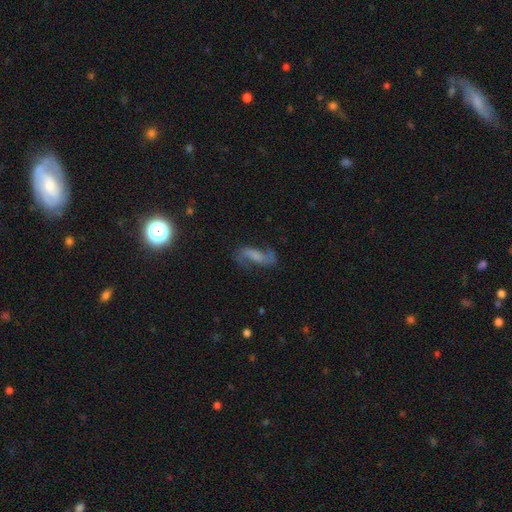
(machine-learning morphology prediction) This is likely a featured or disk galaxy (70%). It is clearly not viewed edge-on (92%). Bar: marginally weak (40%). Spiral arm pattern: clearly yes (92%). Spiral arm count: clearly 2 (90%). Spiral winding: likely loose (66%). Central bulge: marginally none (35%). Merging: likely none (68%).